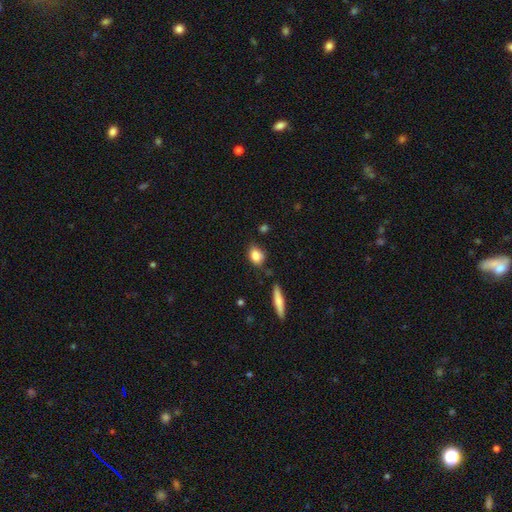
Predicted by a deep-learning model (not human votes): A smooth galaxy with no disk features (83%) that is in between round and cigar-shaped (64%). Merging: none (70%).